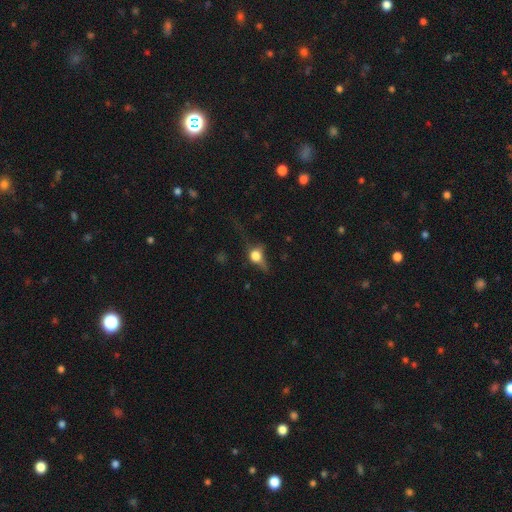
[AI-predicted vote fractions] Overall: smooth (57%; featured or disk 28%). How rounded: round (60%; in between 33%). Merging: major disturbance (39%; none 35%).